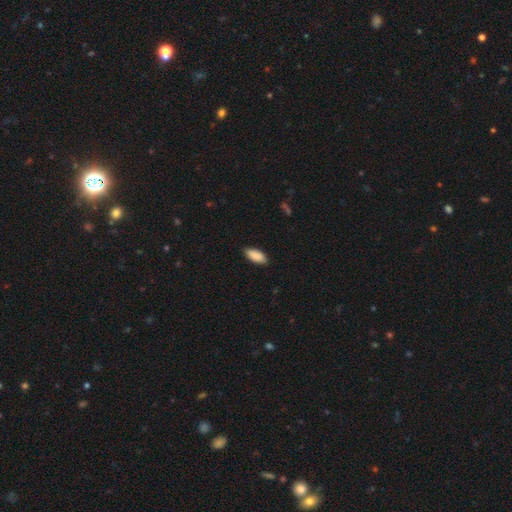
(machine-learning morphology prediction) A smooth galaxy with no disk features (90%) that is in between round and cigar-shaped (87%). Merging: none (86%).